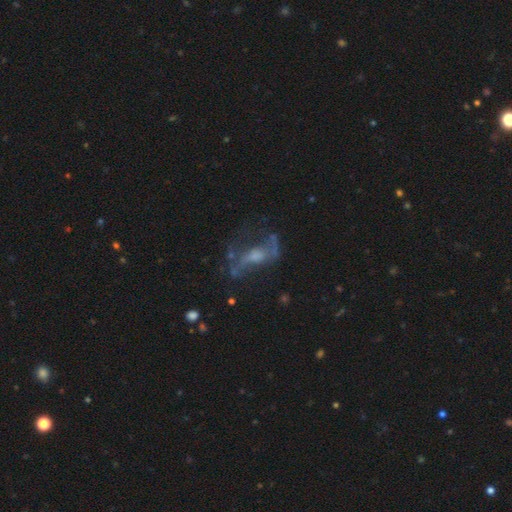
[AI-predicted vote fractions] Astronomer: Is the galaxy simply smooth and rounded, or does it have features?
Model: featured or disk — 71%.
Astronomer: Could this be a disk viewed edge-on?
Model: no — 88%.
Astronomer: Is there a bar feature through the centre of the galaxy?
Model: no — 48% (runner-up: weak, 36%).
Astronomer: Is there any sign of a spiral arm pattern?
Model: yes — 70%.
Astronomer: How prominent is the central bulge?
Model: moderate — 38% (runner-up: small, 32%).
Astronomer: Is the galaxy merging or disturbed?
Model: none — 50% (runner-up: major disturbance, 27%).